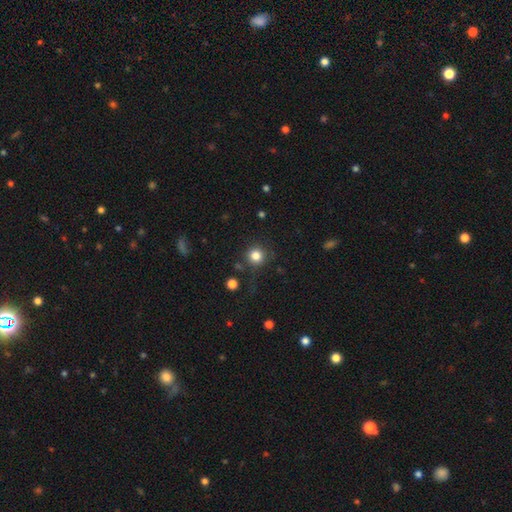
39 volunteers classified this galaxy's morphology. This appears to be a smooth galaxy with no disk features (90%) that is round (94%). Merging: none (77%).